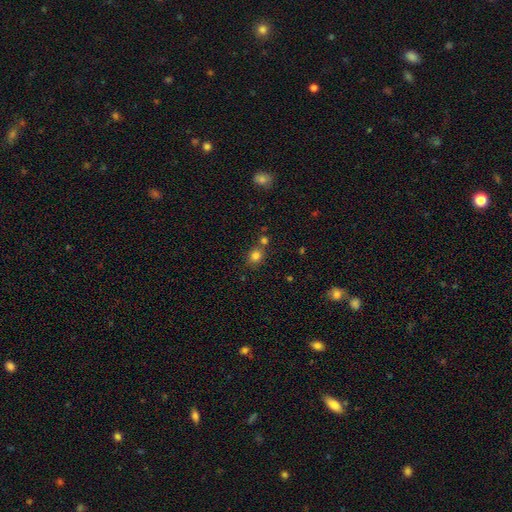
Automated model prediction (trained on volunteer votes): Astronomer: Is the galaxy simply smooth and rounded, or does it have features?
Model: smooth — 81%.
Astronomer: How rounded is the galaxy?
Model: round — 74%.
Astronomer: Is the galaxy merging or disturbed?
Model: none — 65%.